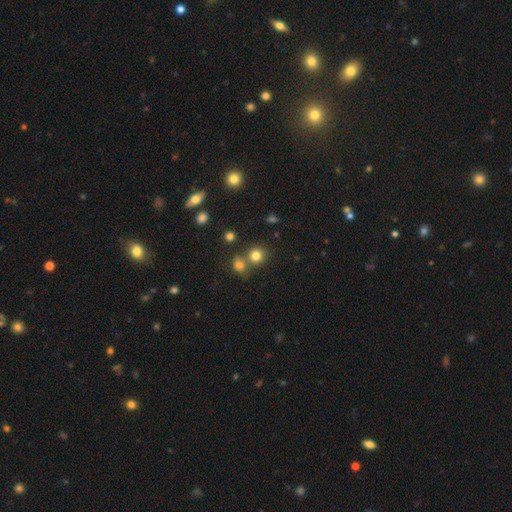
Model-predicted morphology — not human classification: The model was most divided on "merging": none: 65%, merger: 23%, minor disturbance: 9%, major disturbance: 3%. More confident: how rounded — round (86%); smooth or featured — smooth (79%).